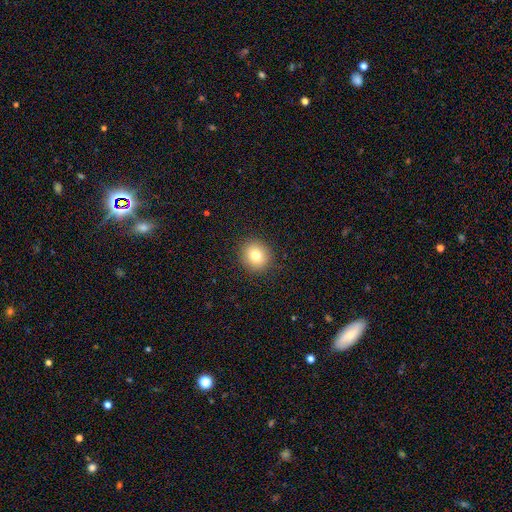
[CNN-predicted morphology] Smooth or featured?
  - smooth: 79% *
  - star or artifact: 11%
  - featured or disk: 10%
How rounded?
  - round: 84% *
  - in between: 15%
  - cigar-shaped: 1%
Merging?
  - none: 90% *
  - minor disturbance: 7%
  - major disturbance: 2%
  - merger: 1%